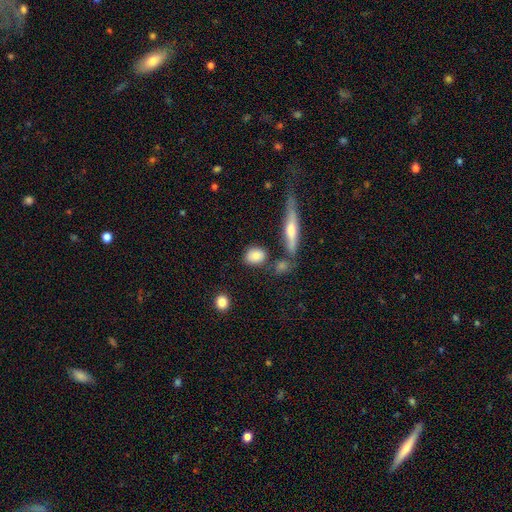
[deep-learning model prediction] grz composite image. It shows a smooth galaxy with no disk features (81%) that is in between round and cigar-shaped (54%). Merging: none (75%).